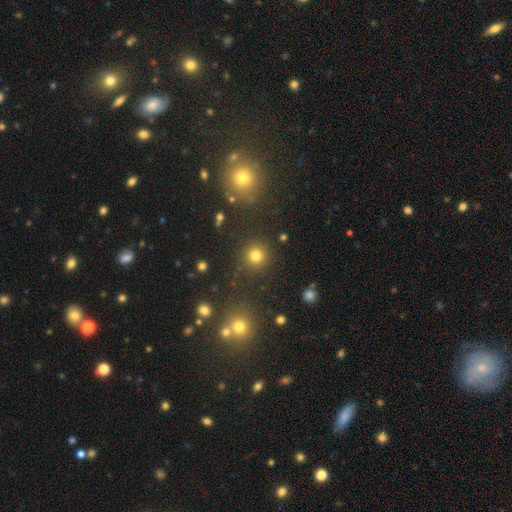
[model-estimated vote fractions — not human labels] This is likely a smooth galaxy (78%). How rounded: clearly round (94%). Merging: clearly none (88%).